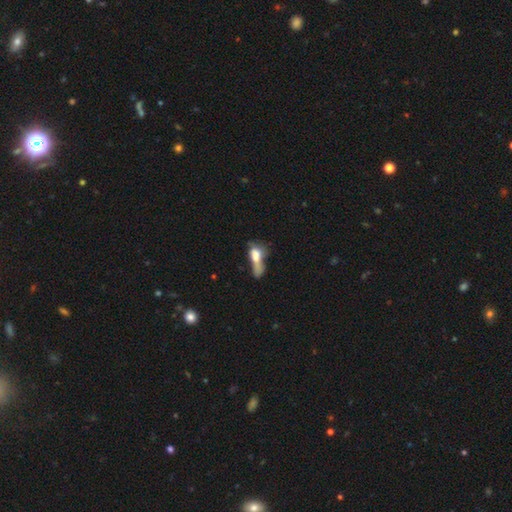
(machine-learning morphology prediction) smooth-or-featured: smooth: 60% | featured or disk: 28% | star or artifact: 12%
  how-rounded: in between: 67% | cigar-shaped: 25% | round: 9%
  merging: major disturbance: 38% | merger: 29% | none: 18% | minor disturbance: 16%